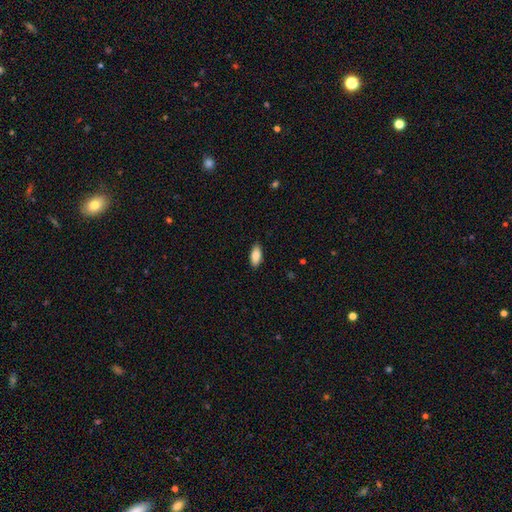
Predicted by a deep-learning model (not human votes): smooth_or_featured: smooth (p=0.88) [alt: star or artifact p=0.06]
how_rounded: in between (p=0.88) [alt: cigar-shaped p=0.10]
merging: none (p=0.88) [alt: minor disturbance p=0.09]